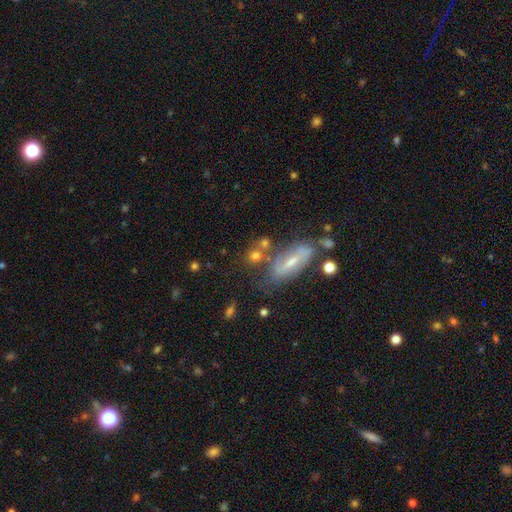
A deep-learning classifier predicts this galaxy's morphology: type=smooth (68%); roundness=round (55%); merging=none (59%).